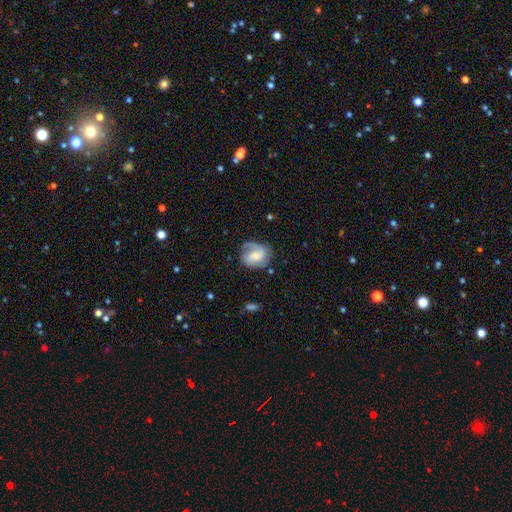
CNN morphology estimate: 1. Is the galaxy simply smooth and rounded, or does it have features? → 69% featured or disk, 24% smooth, 7% star or artifact.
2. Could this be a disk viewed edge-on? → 98% no, 2% yes.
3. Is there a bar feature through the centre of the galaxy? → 48% no, 42% weak, 10% strong.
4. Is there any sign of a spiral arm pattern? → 91% yes, 9% no.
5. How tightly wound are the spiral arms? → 45% medium, 28% tight, 28% loose.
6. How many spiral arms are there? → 54% 2, 16% 1, 14% can't tell, 12% 3, 2% 4, 2% more than 4.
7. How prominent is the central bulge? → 41% moderate, 33% small, 13% none, 12% large, 2% dominant.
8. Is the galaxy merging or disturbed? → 62% none, 22% minor disturbance, 13% major disturbance, 2% merger.